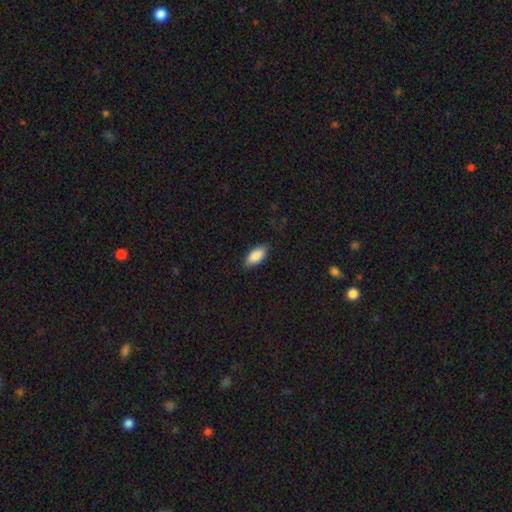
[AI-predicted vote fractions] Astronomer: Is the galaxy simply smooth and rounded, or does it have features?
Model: smooth — 88%.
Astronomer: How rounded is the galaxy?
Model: in between — 88%.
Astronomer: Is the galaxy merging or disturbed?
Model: none — 86%.